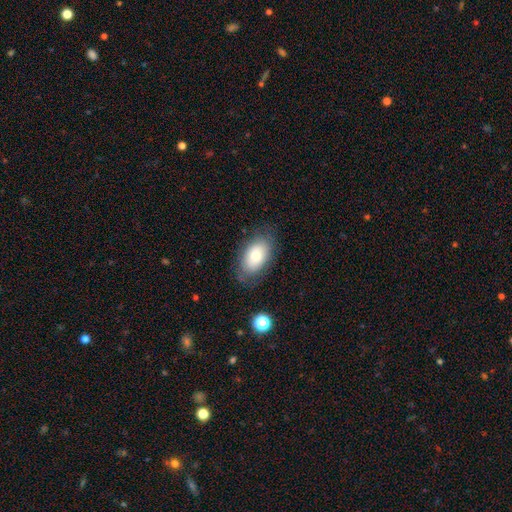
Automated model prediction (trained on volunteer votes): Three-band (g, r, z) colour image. It shows a smooth galaxy with no disk features (74%) that is in between round and cigar-shaped (92%). Merging: none (78%).